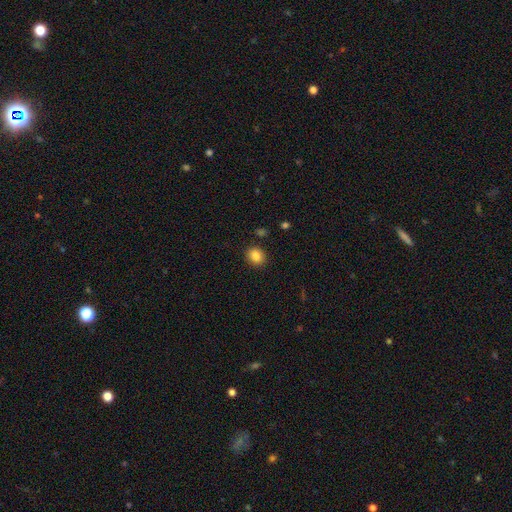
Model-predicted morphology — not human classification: This is clearly a smooth galaxy (85%). How rounded: likely round (68%). Merging: clearly none (89%).